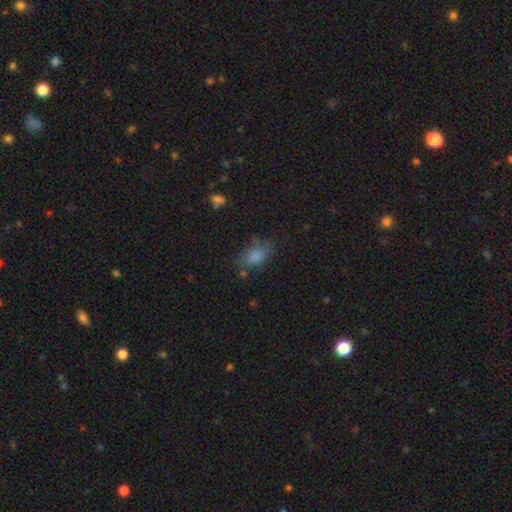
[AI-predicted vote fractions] This is likely a smooth galaxy (79%). How rounded: clearly in between (82%). Merging: possibly none (57%).